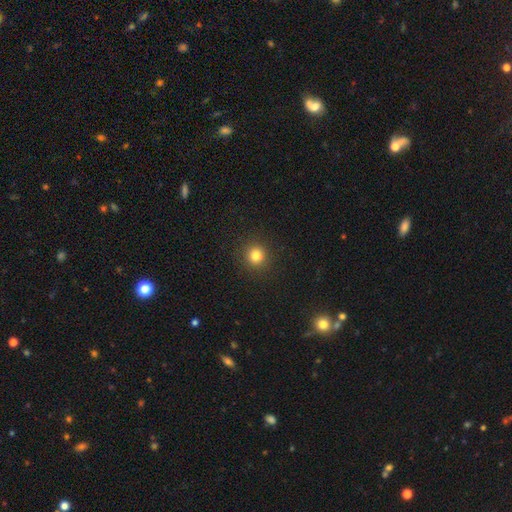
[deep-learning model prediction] Smooth or featured? Predicted: smooth (p=0.81). How rounded? Predicted: round (p=0.94). Merging? Predicted: none (p=0.91).